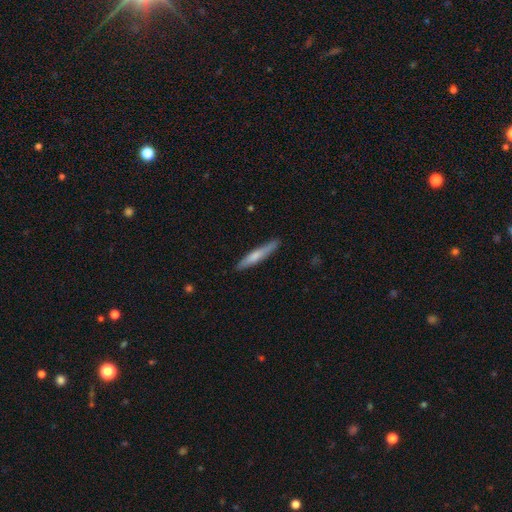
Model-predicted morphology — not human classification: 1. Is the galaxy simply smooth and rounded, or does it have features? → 64% smooth, 31% featured or disk, 5% star or artifact.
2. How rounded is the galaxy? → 93% cigar-shaped, 5% in between, 1% round.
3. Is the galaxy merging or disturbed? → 85% none, 11% minor disturbance, 2% major disturbance, 1% merger.